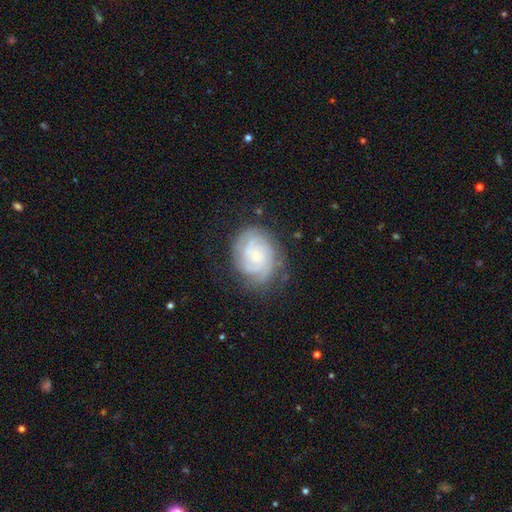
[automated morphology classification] A featured or disk galaxy (77%) with no bar (72%), tight (70%) spiral arms (95%) and a small central bulge (66%). Merging: none (73%).